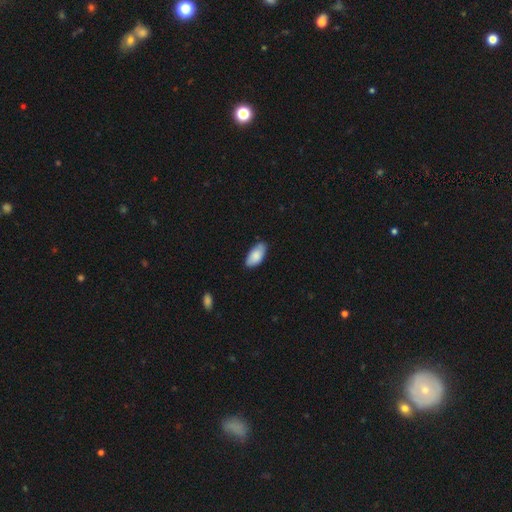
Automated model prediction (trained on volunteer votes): smooth_or_featured: smooth (p=0.86) [alt: featured or disk p=0.08]
how_rounded: in between (p=0.93) [alt: cigar-shaped p=0.05]
merging: none (p=0.78) [alt: minor disturbance p=0.18]